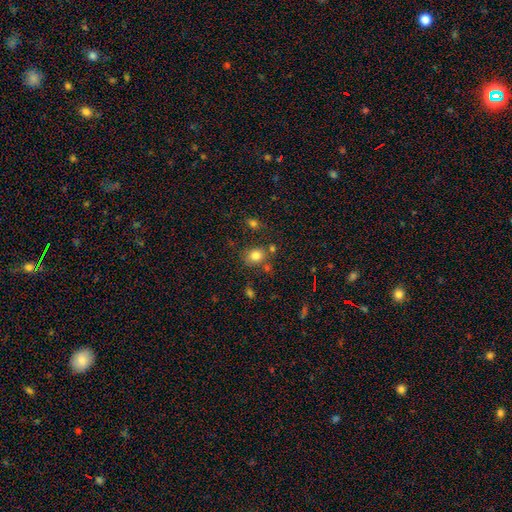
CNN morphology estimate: Smooth or featured? Predicted: smooth (p=0.80). How rounded? Predicted: round (p=0.59). Merging? Predicted: none (p=0.70).